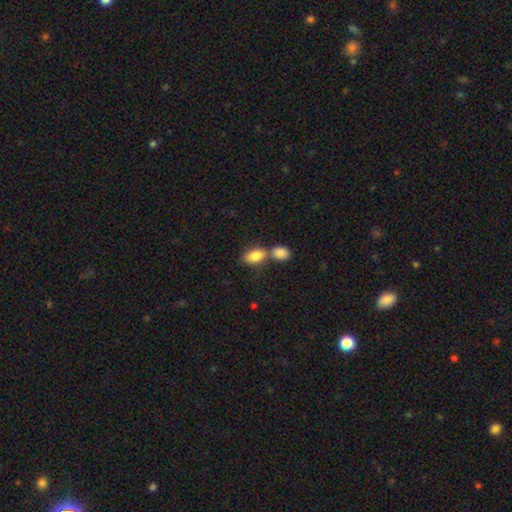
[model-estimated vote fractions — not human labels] Q: Smooth or featured?
A: smooth (84%); runner-up: featured or disk (9%)
Q: How rounded?
A: in between (87%); runner-up: round (10%)
Q: Merging?
A: merger (48%); runner-up: none (39%)